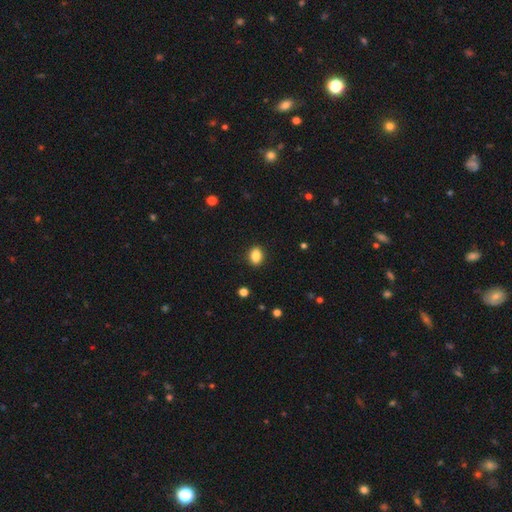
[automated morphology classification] Smooth or featured?
  - smooth: 86% *
  - star or artifact: 9%
  - featured or disk: 5%
How rounded?
  - in between: 67% *
  - round: 32%
  - cigar-shaped: 1%
Merging?
  - none: 90% *
  - minor disturbance: 7%
  - major disturbance: 2%
  - merger: 1%